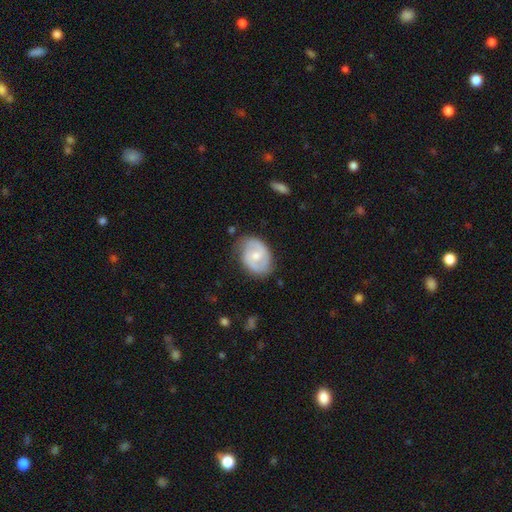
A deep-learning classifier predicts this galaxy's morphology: Overall: featured or disk (60%; smooth 34%). Edge-on disk: no (96%). Bar: no (50%; weak 41%). Spiral arms: yes (72%). Bulge size: moderate (65%; small 26%). Merging: none (72%).